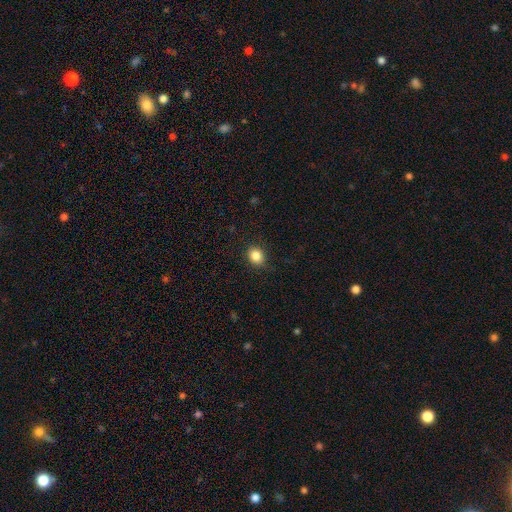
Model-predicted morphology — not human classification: Smooth or featured? Predicted: smooth (p=0.85). How rounded? Predicted: round (p=0.65). Merging? Predicted: none (p=0.85).